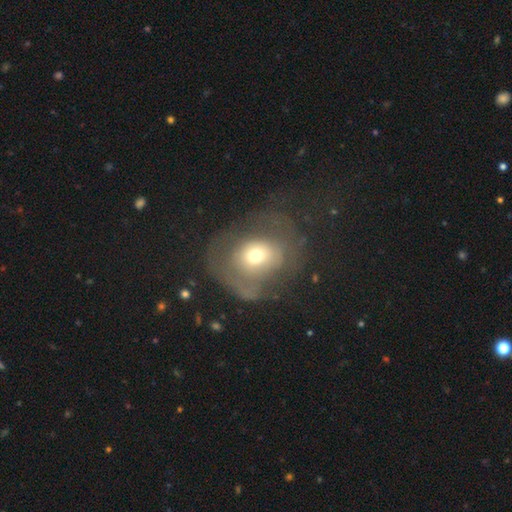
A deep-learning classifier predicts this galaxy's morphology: type=smooth (49%); merging=major disturbance (47%).